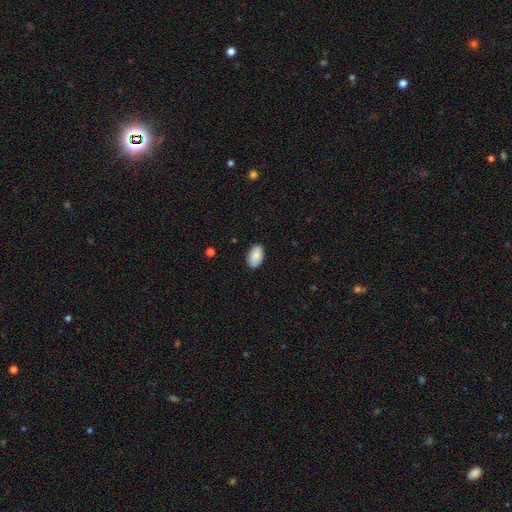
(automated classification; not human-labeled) Morphology: type=smooth (87%); roundness=in between (94%); merging=none (86%).